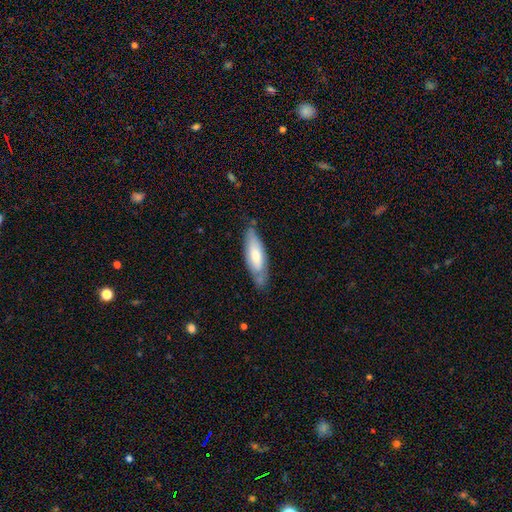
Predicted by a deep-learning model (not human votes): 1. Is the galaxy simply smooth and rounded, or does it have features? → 61% smooth, 34% featured or disk, 5% star or artifact.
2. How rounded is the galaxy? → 52% in between, 47% cigar-shaped, 1% round.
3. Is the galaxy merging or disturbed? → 67% none, 24% minor disturbance, 5% major disturbance, 3% merger.